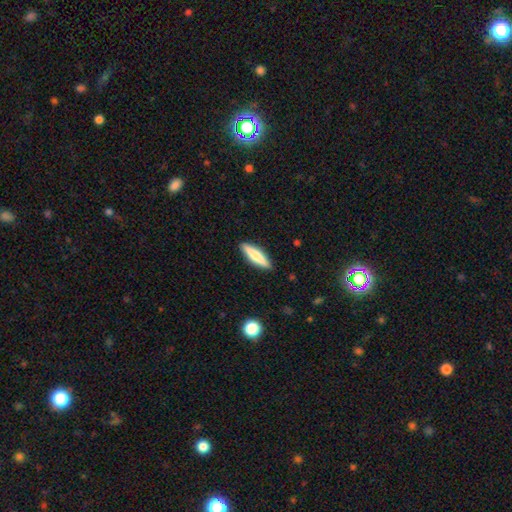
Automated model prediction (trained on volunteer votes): smooth_or_featured: smooth (p=0.66) [alt: featured or disk p=0.28]
how_rounded: cigar-shaped (p=0.72) [alt: in between p=0.26]
merging: none (p=0.90) [alt: minor disturbance p=0.07]